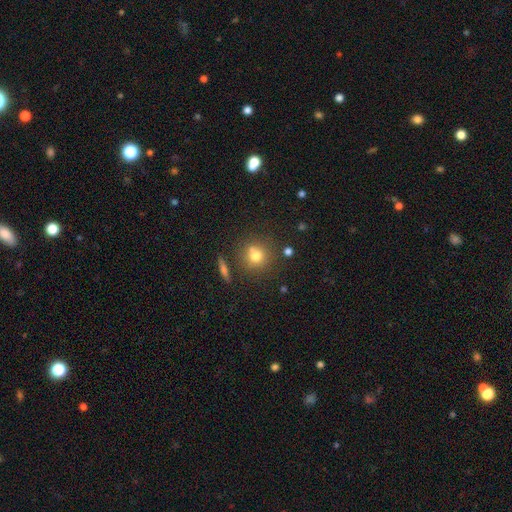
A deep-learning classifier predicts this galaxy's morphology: The model was most divided on "merging": none: 69%, merger: 15%, minor disturbance: 12%, major disturbance: 4%. More confident: how rounded — round (88%); smooth or featured — smooth (73%).